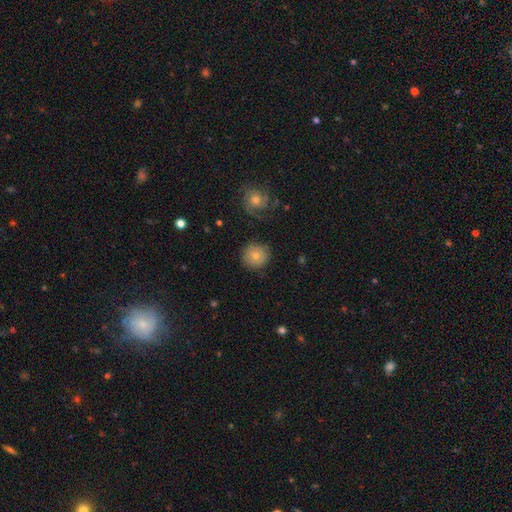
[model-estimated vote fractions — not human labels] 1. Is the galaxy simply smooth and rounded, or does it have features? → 73% smooth, 18% featured or disk, 9% star or artifact.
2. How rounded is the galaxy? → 91% round, 8% in between, 1% cigar-shaped.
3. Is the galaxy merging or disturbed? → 85% none, 10% minor disturbance, 3% major disturbance, 2% merger.